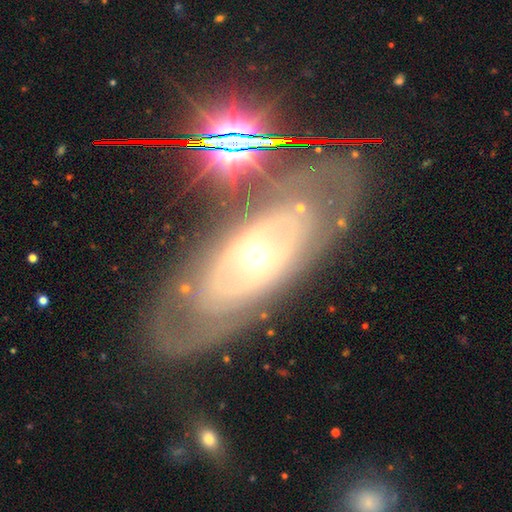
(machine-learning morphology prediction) Smooth or featured: featured or disk — 74% (smooth — 16%)
Edge-on disk: no — 86% (yes — 14%)
Bar: no — 79% (weak — 14%)
Spiral arms: no — 52% (yes — 48%)
Bulge size: moderate — 56% (small — 36%)
Merging: none — 75% (minor disturbance — 13%)